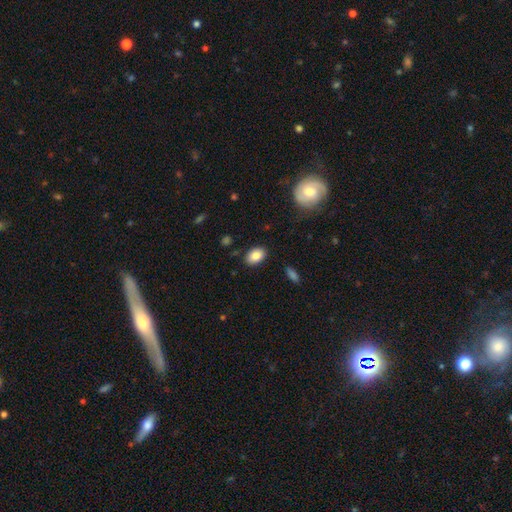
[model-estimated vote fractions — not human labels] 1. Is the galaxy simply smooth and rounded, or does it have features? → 85% smooth, 8% star or artifact, 7% featured or disk.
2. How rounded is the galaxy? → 85% in between, 14% round, 1% cigar-shaped.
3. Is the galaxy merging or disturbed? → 87% none, 9% minor disturbance, 2% major disturbance, 1% merger.